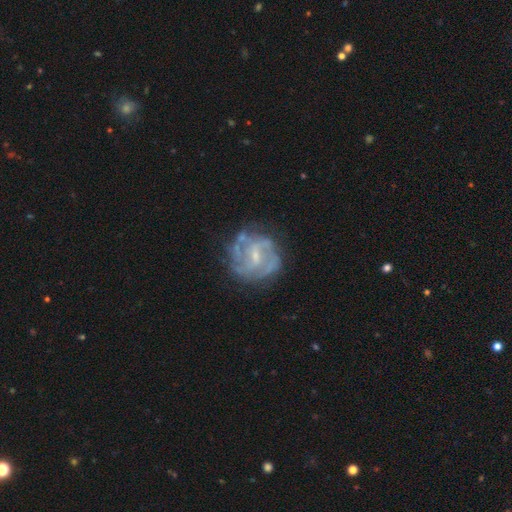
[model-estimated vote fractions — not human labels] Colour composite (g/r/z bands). It shows a featured or disk galaxy (82%) with a weak bar (57%), 2 (31%) medium (43%) spiral arms (88%) and a small central bulge (63%). Merging: none (69%).